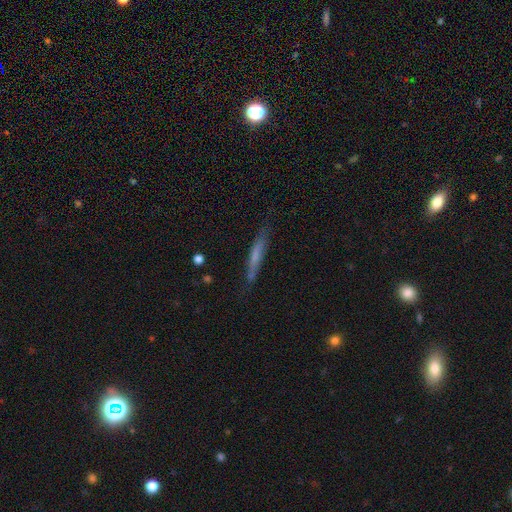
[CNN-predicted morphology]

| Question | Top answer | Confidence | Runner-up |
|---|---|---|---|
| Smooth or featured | smooth | 56% | featured or disk (36%) |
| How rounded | cigar-shaped | 93% | in between (5%) |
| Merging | none | 75% | minor disturbance (18%) |